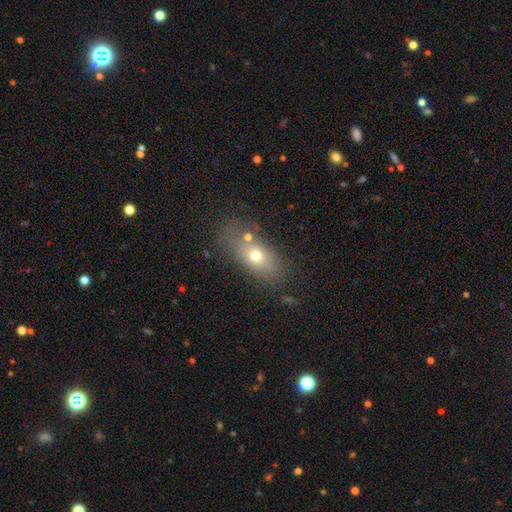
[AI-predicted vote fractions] Morphology: type=smooth (67%); roundness=in between (80%); merging=none (66%).